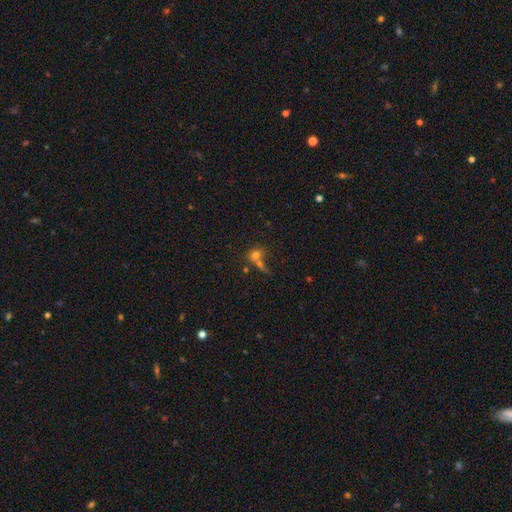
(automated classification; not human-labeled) Overall: smooth (64%). How rounded: round (65%; in between 31%). Merging: merger (45%; none 37%).